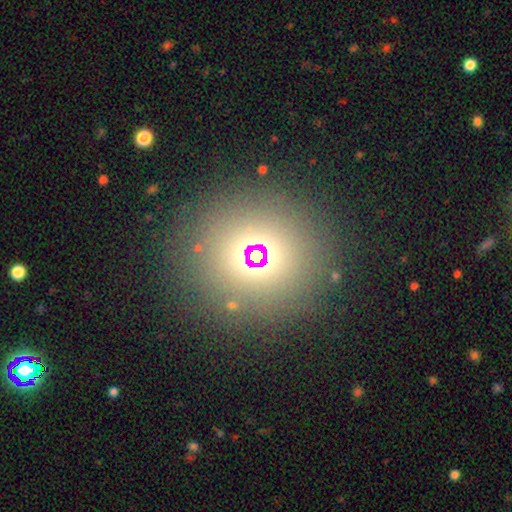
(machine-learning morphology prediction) smooth-or-featured: star or artifact: 51% | smooth: 34% | featured or disk: 15%